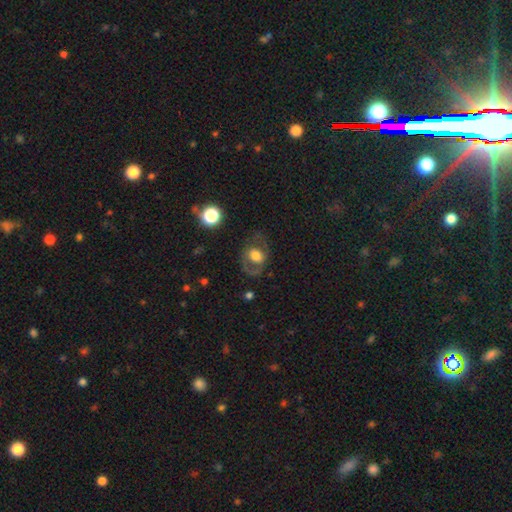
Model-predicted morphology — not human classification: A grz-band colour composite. It shows a smooth galaxy with no disk features (49%). Merging: none (58%).